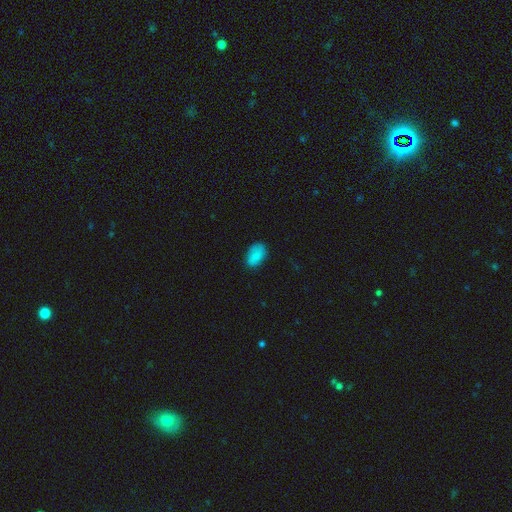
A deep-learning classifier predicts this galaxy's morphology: Smooth or featured? smooth (84%)
How rounded? in between (91%)
Merging? none (77%)